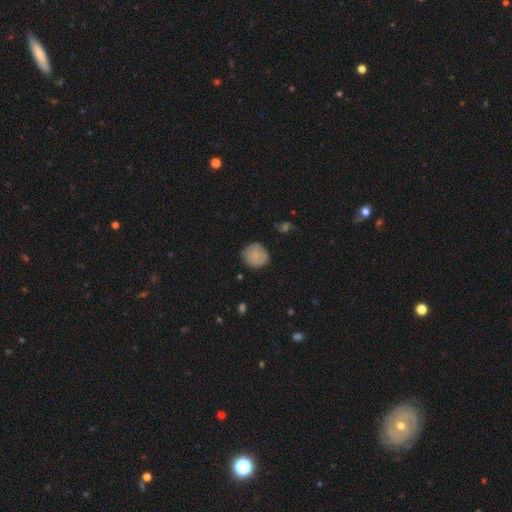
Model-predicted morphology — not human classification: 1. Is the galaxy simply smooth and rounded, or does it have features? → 80% smooth, 12% featured or disk, 8% star or artifact.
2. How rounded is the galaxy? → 85% round, 14% in between, 1% cigar-shaped.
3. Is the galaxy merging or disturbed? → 76% none, 18% minor disturbance, 4% major disturbance, 1% merger.